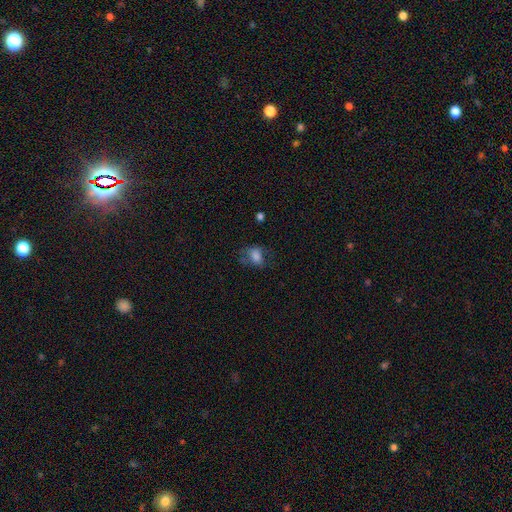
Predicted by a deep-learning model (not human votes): Smooth or featured: smooth — 70% (featured or disk — 19%)
How rounded: in between — 75% (round — 23%)
Merging: none — 44% (major disturbance — 27%)